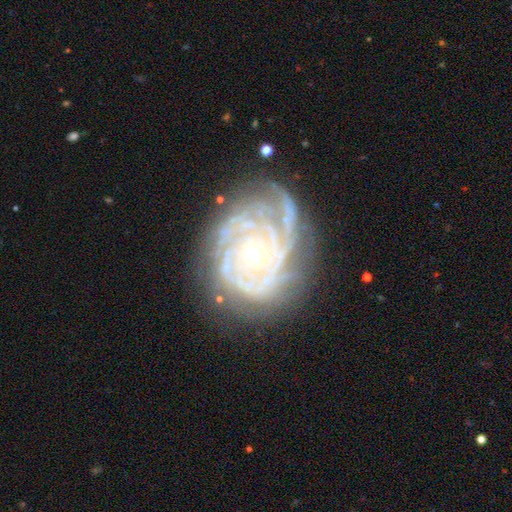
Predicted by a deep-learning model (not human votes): Morphology: type=featured or disk (88%); edge-on=no (97%); bar=no (82%); spiral arms=yes (96%); winding=tight (77%); arm count=can't tell (26%); bulge=small (71%); merging=none (66%).